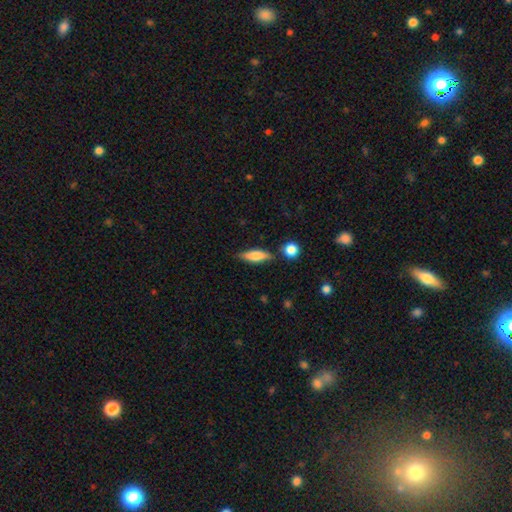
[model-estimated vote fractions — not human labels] Smooth or featured? smooth (69%)
How rounded? in between (52%)
Merging? none (75%)